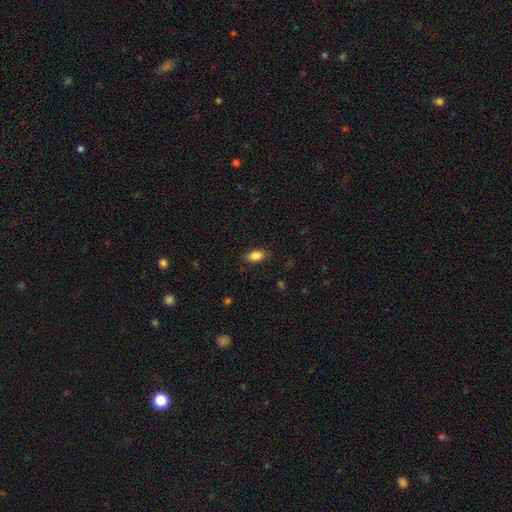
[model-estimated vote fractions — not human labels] The model was most divided on "merging": none: 85%, minor disturbance: 11%, major disturbance: 3%, merger: 1%. More confident: how rounded — in between (88%); smooth or featured — smooth (85%).